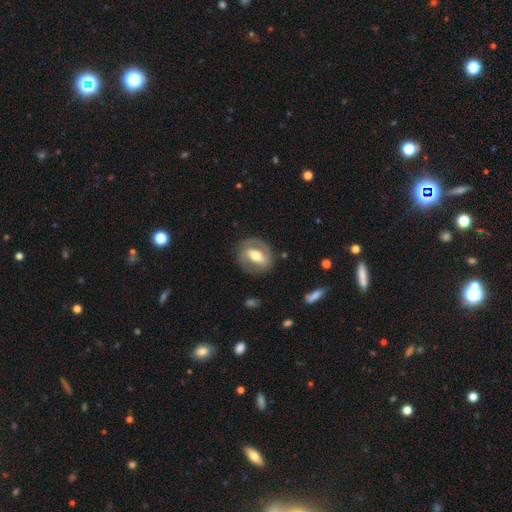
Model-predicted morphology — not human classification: This appears to be a featured or disk galaxy (61%) with a strong bar (45%), no spiral arms (51%) and a moderate central bulge (67%). Merging: none (77%).